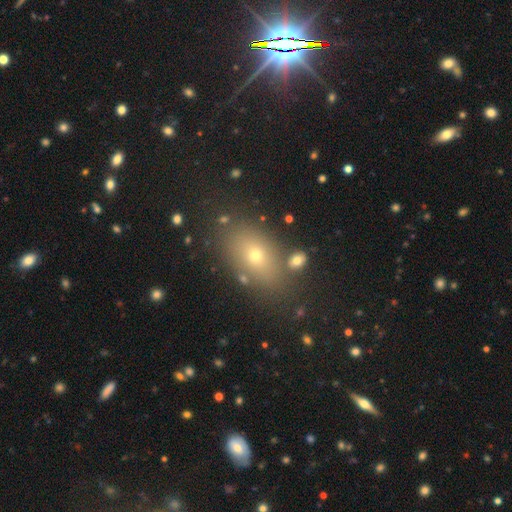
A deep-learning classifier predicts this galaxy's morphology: smooth_or_featured: smooth (p=0.67) [alt: featured or disk p=0.18]
how_rounded: in between (p=0.83) [alt: round p=0.15]
merging: none (p=0.79) [alt: minor disturbance p=0.11]